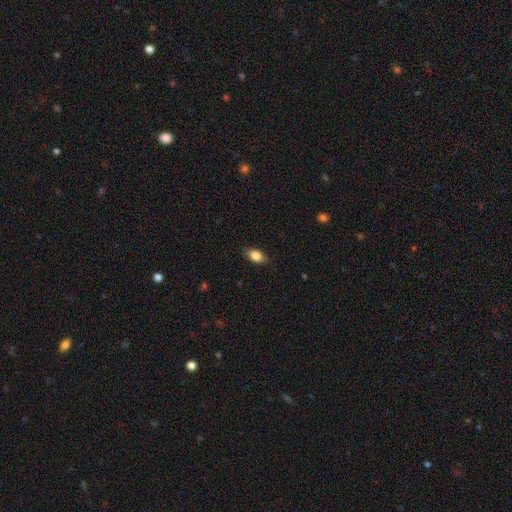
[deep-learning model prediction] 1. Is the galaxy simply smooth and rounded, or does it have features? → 84% smooth, 8% featured or disk, 8% star or artifact.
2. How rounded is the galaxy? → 87% in between, 8% round, 6% cigar-shaped.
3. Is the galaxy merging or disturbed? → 84% none, 13% minor disturbance, 3% major disturbance, 1% merger.